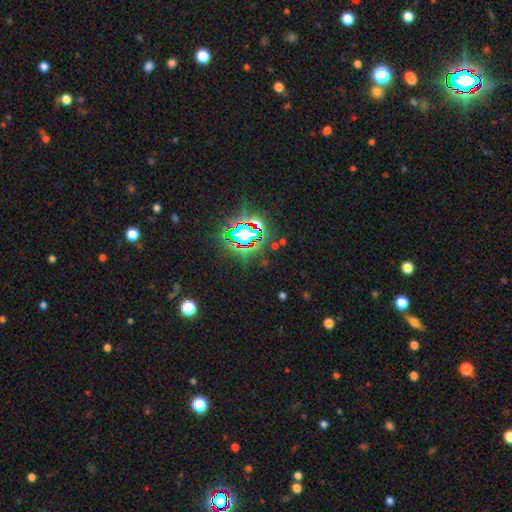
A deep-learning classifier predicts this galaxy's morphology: smooth-or-featured: star or artifact: 83% | smooth: 10% | featured or disk: 7%